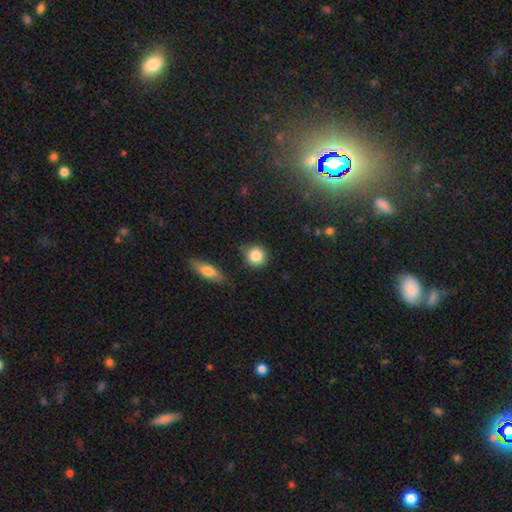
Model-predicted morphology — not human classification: A smooth galaxy with no disk features (85%) that is round (88%). Merging: none (77%).